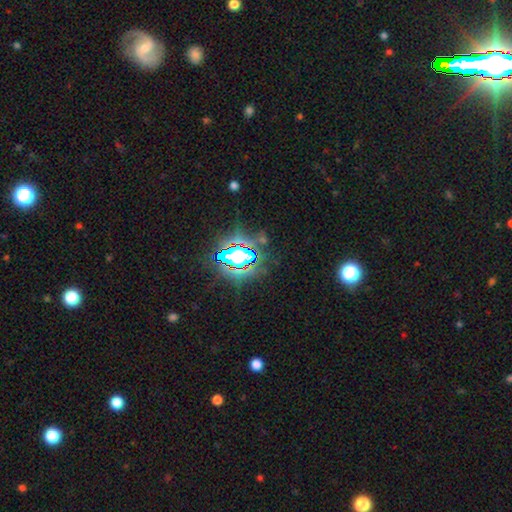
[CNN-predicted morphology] The model was most divided on "smooth or featured": star or artifact: 82%, smooth: 10%, featured or disk: 7%.